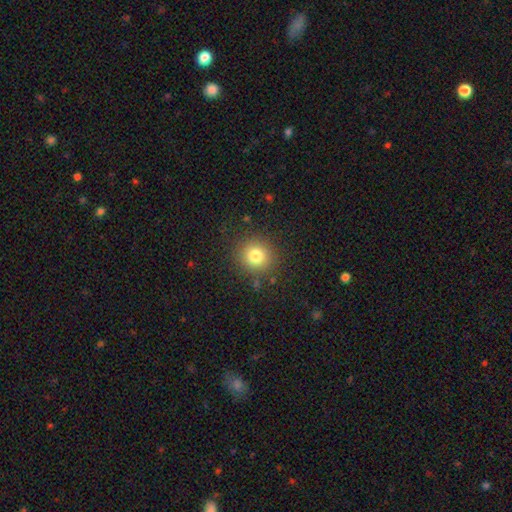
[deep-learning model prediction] Smooth or featured: smooth — 79% (star or artifact — 13%)
How rounded: round — 90% (in between — 9%)
Merging: none — 86% (minor disturbance — 8%)